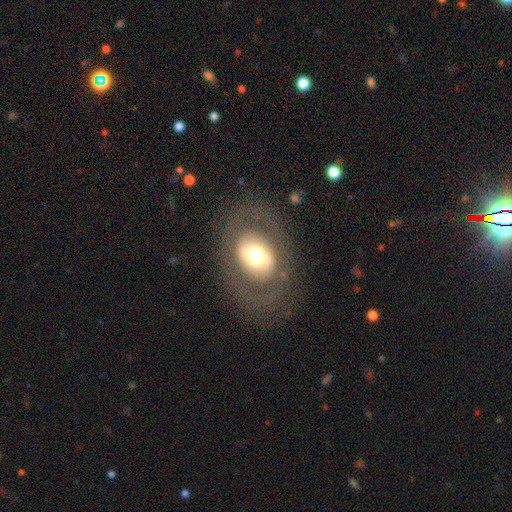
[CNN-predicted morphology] This appears to be a smooth galaxy with no disk features (46%, tied with featured or disk). Merging: none (77%).